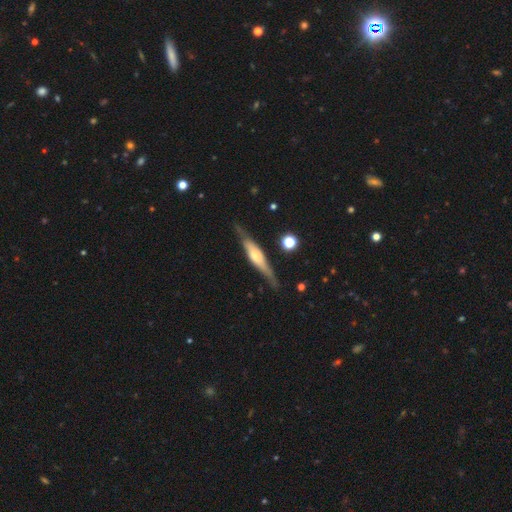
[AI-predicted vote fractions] This appears to be a featured or disk galaxy (66%) viewed edge-on (93%) with a rounded central bulge (68%). Merging: none (79%).